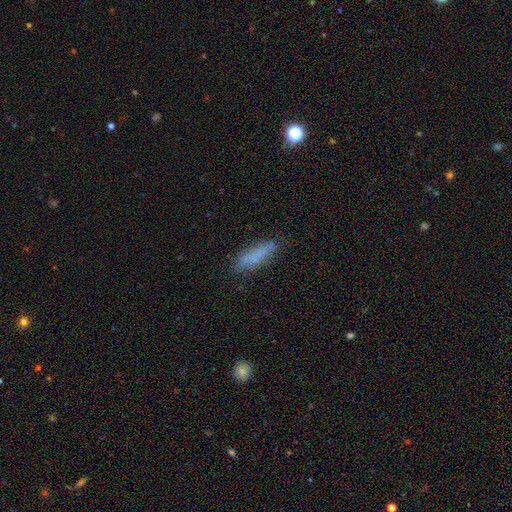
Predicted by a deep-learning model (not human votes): This appears to be a smooth galaxy with no disk features (70%) that is cigar-shaped (69%). Merging: none (75%).